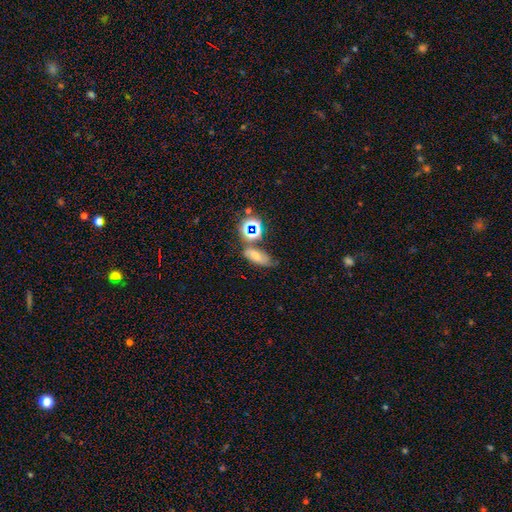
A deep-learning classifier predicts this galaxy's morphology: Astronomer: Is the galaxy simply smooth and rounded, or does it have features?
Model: smooth — 52%.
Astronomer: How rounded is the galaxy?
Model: in between — 75%.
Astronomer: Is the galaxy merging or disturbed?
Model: none — 54%.